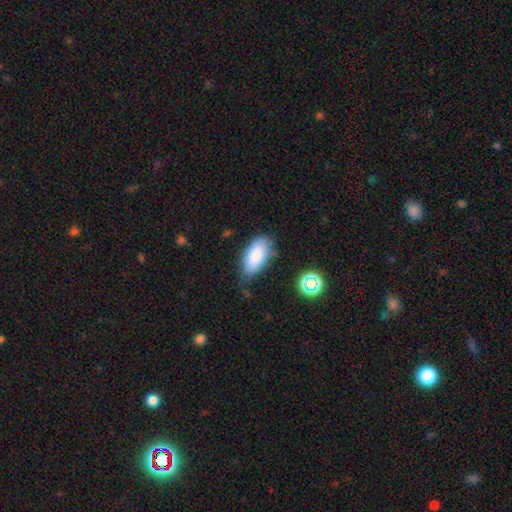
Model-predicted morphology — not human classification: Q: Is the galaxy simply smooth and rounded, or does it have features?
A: smooth — 84%.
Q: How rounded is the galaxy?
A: in between — 93%.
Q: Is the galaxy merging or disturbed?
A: none — 60%.